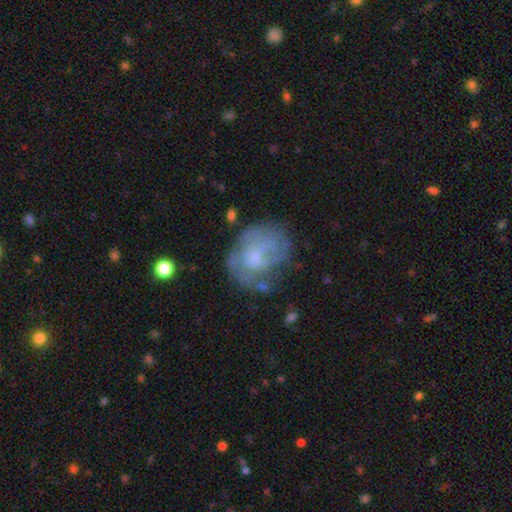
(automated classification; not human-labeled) featured or disk 57%, smooth 34%, star or artifact 9%. Down the decision tree: edge-on disk — no (97%); bar — no (71%); spiral arms — no (52%); bulge size — small (40%); merging — none (51%).